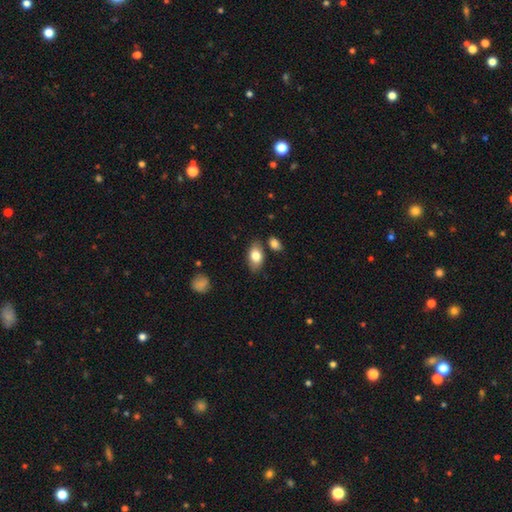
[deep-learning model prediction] Smooth or featured? Predicted: smooth (p=0.79). How rounded? Predicted: in between (p=0.91). Merging? Predicted: none (p=0.78).